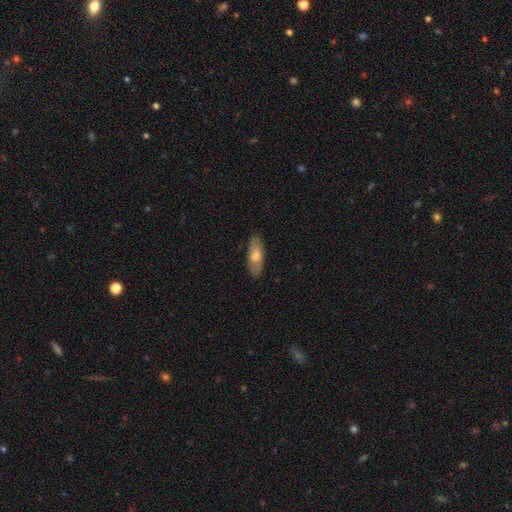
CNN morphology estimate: Smooth or featured? Predicted: smooth (p=0.62). How rounded? Predicted: in between (p=0.76). Merging? Predicted: none (p=0.86).